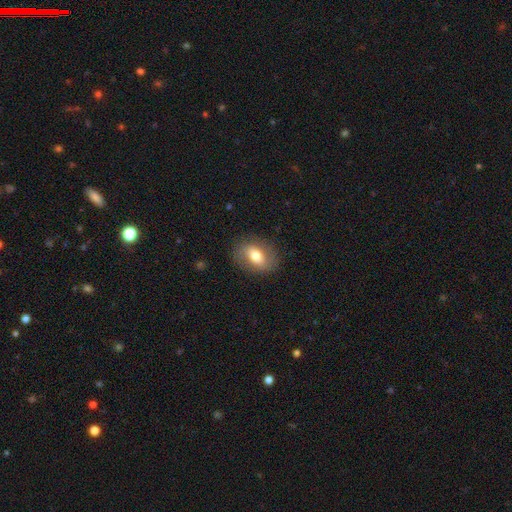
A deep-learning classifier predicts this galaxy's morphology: A smooth galaxy with no disk features (64%) that is in between round and cigar-shaped (75%).

Vote fractions:
- Smooth or featured? smooth: 64% / featured or disk: 29% / star or artifact: 7%
- How rounded? in between: 75% / round: 22% / cigar-shaped: 2%
- Merging? none: 83% / minor disturbance: 12% / major disturbance: 4% / merger: 1%